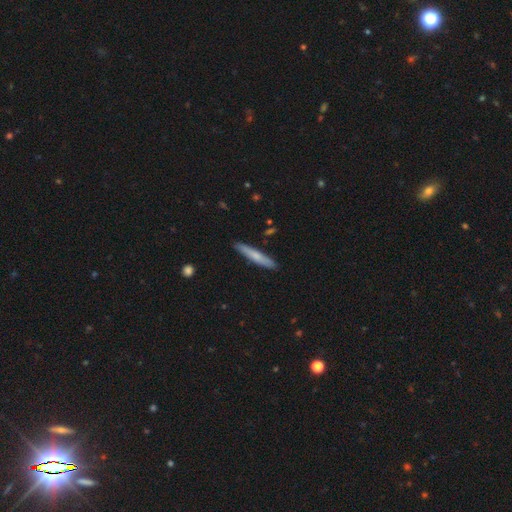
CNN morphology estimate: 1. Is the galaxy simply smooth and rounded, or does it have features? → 65% smooth, 30% featured or disk, 5% star or artifact.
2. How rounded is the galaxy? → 93% cigar-shaped, 5% in between, 1% round.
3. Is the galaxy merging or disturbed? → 89% none, 8% minor disturbance, 1% major disturbance, 1% merger.